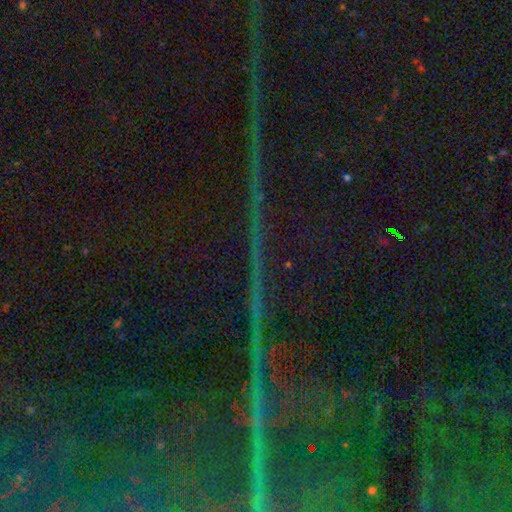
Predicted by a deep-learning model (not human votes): A star or artifact, not a galaxy (87%).